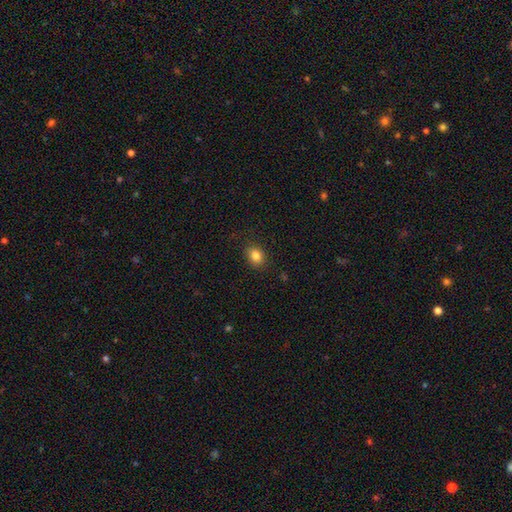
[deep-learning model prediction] Morphology: type=smooth (84%); roundness=in between (50%); merging=none (85%).